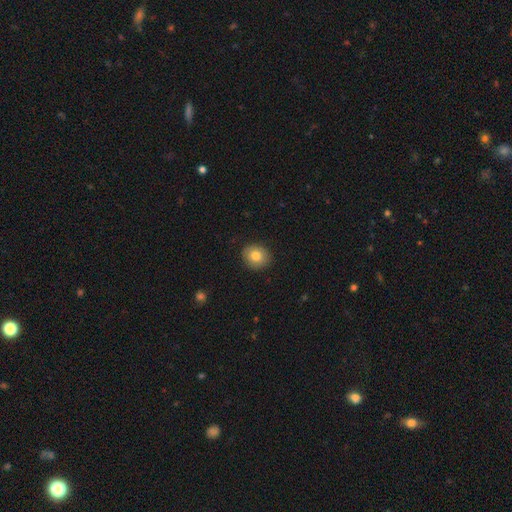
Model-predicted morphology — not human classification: Q: Smooth or featured?
A: smooth (81%); runner-up: featured or disk (10%)
Q: How rounded?
A: round (73%); runner-up: in between (26%)
Q: Merging?
A: none (90%); runner-up: minor disturbance (8%)